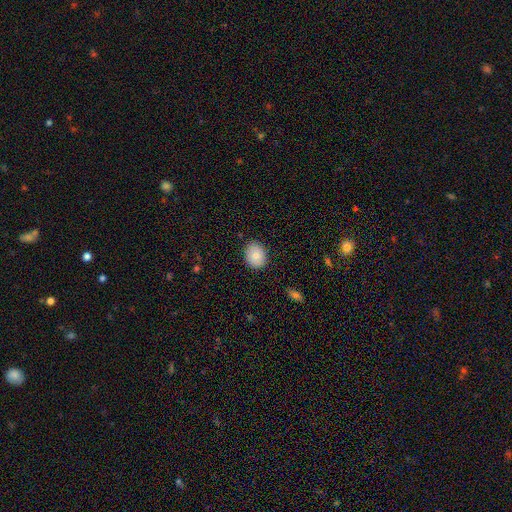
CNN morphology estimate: smooth 81%, featured or disk 11%, star or artifact 8%. Down the decision tree: how rounded — in between (54%); merging — none (86%).